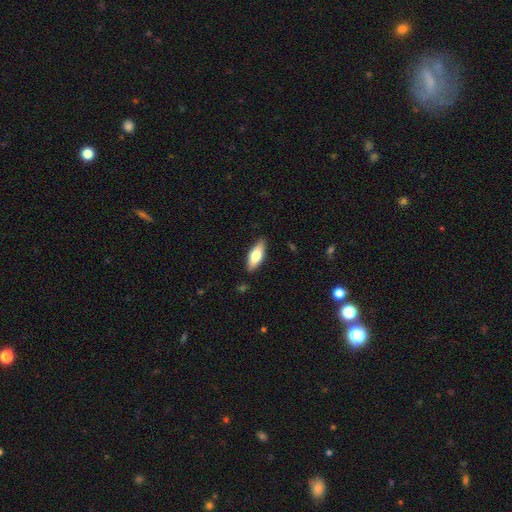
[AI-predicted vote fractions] smooth 69%, featured or disk 26%, star or artifact 6%. Down the decision tree: how rounded — in between (74%); merging — none (86%).